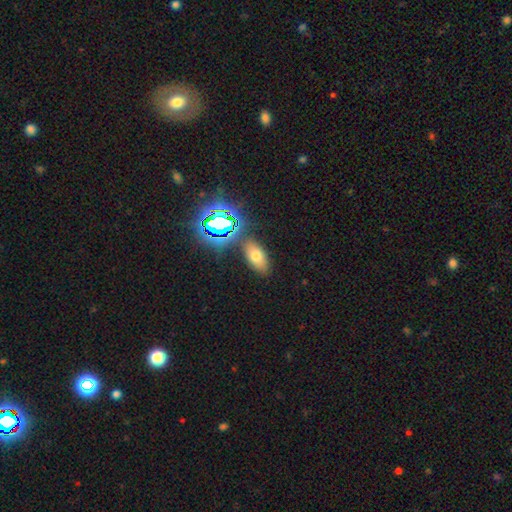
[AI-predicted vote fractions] Smooth or featured: smooth — 61% (star or artifact — 26%)
How rounded: in between — 87% (round — 7%)
Merging: none — 82% (minor disturbance — 10%)